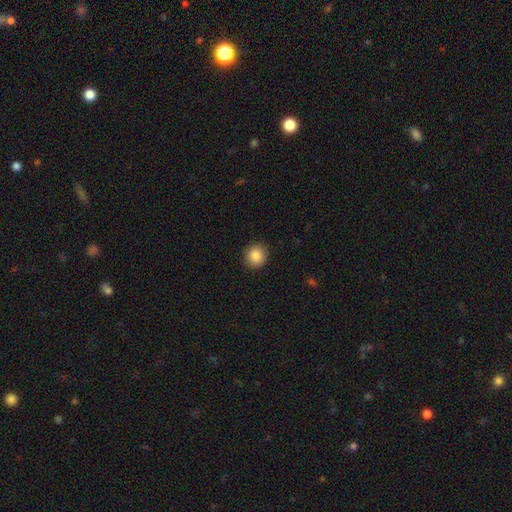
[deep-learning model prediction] Morphology: type=smooth (87%); roundness=round (85%); merging=none (90%).